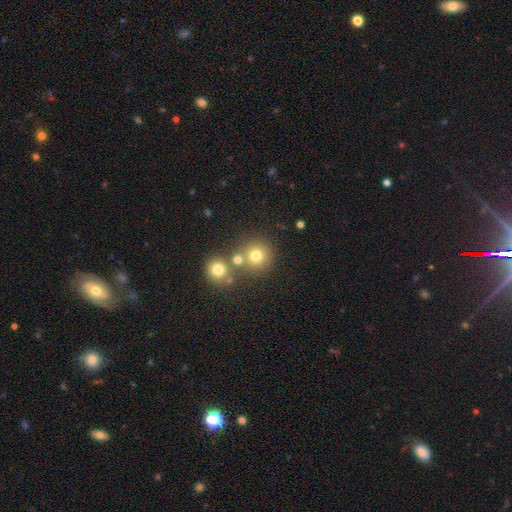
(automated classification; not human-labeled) Smooth or featured? smooth (73%)
How rounded? round (92%)
Merging? none (65%)